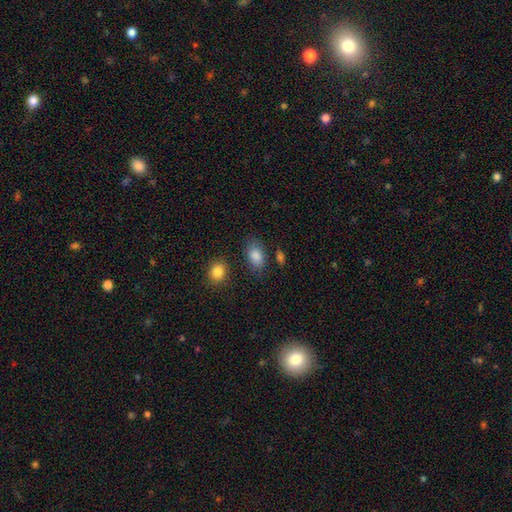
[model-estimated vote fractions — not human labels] This is clearly a smooth galaxy (86%). How rounded: clearly in between (87%). Merging: likely none (75%).